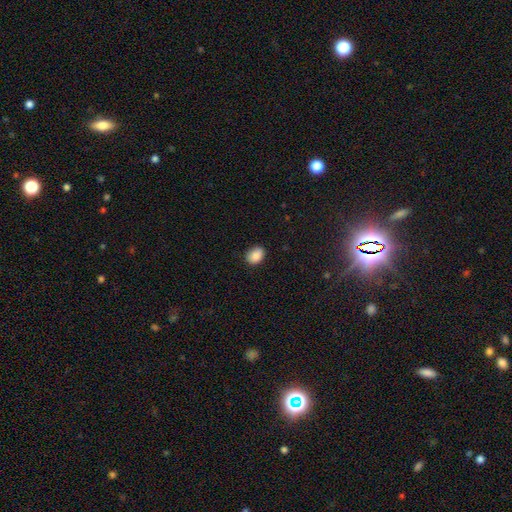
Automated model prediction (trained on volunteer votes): This appears to be a smooth galaxy with no disk features (89%) that is in between round and cigar-shaped (71%). Merging: none (86%).